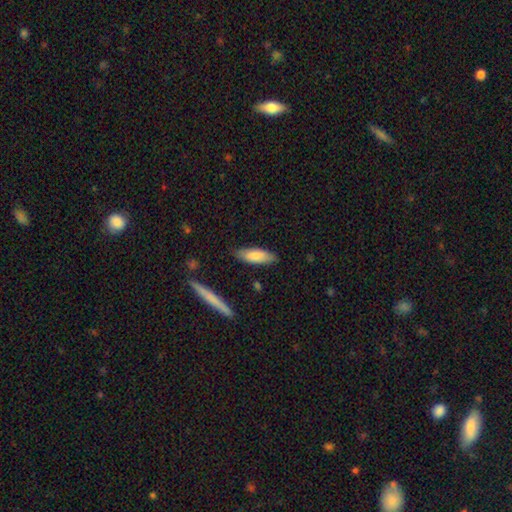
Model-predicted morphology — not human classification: A smooth galaxy with no disk features (78%) that is in between round and cigar-shaped (58%). Merging: none (82%).